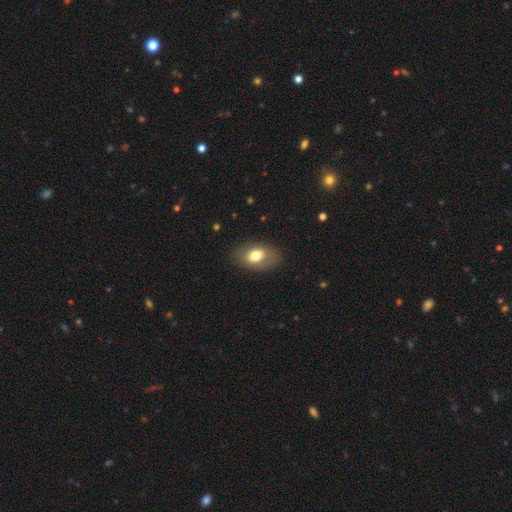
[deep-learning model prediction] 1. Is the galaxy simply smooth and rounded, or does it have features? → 71% smooth, 21% featured or disk, 8% star or artifact.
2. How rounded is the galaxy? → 85% in between, 13% round, 1% cigar-shaped.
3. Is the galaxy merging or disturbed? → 79% none, 15% minor disturbance, 5% major disturbance, 1% merger.